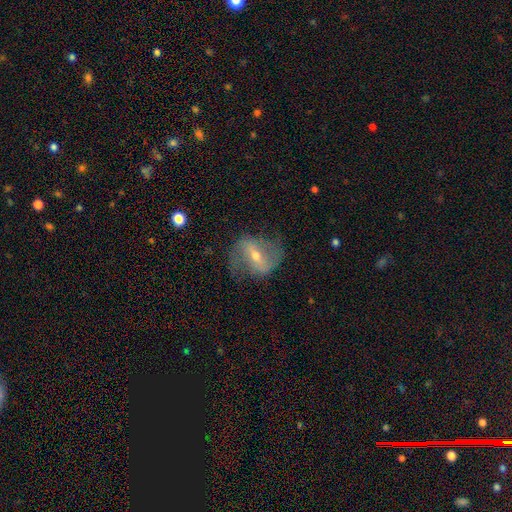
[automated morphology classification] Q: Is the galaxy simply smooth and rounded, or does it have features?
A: featured or disk — 76%.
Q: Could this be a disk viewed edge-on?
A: no — 93%.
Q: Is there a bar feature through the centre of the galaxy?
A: strong — 51%.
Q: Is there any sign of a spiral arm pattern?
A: yes — 82%.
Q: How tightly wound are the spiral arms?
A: loose — 47%.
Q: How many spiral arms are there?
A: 2 — 85%.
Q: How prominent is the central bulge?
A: small — 51%.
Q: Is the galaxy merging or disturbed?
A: none — 69%.